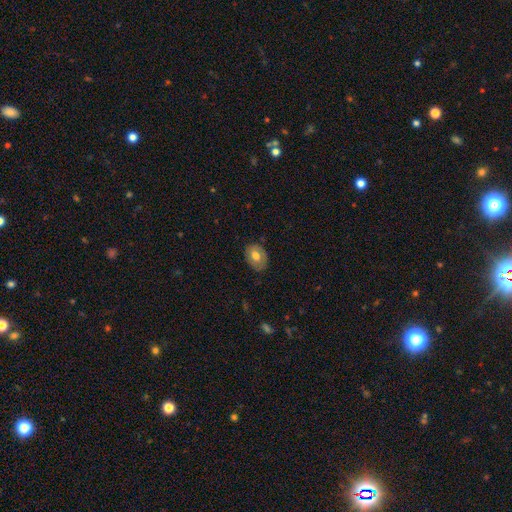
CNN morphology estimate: This is likely a smooth galaxy (64%). How rounded: likely in between (69%). Merging: likely none (79%).